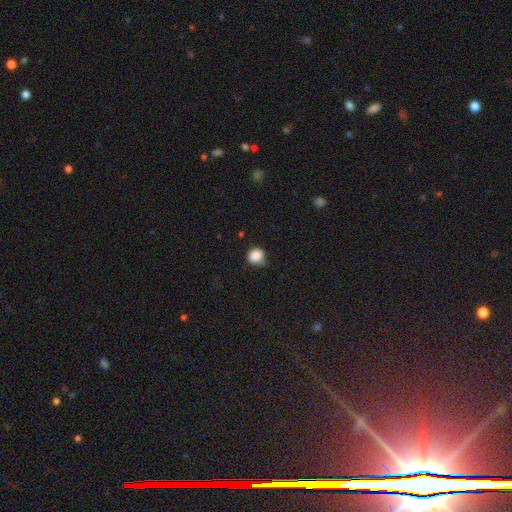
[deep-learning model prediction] Smooth or featured: smooth — 87% (star or artifact — 10%)
How rounded: round — 85% (in between — 14%)
Merging: none — 68% (minor disturbance — 24%)